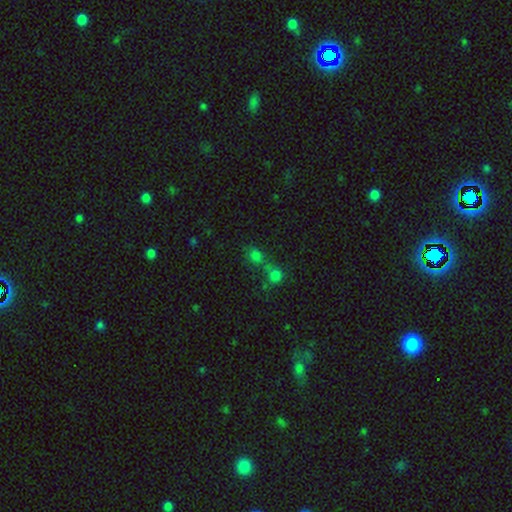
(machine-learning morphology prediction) Smooth or featured? Predicted: smooth (p=0.71). How rounded? Predicted: round (p=0.62). Merging? Predicted: merger (p=0.49).